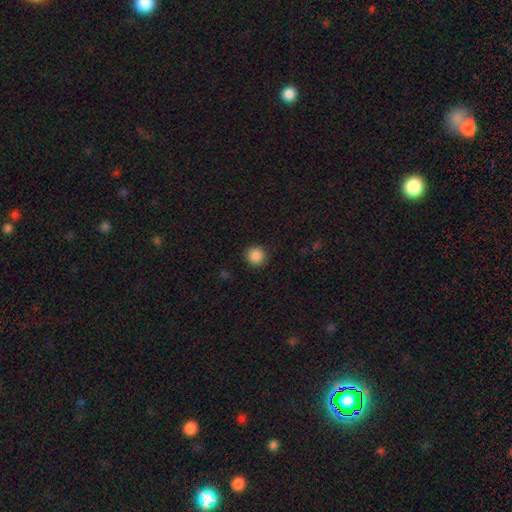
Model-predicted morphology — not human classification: smooth-or-featured: smooth: 87% | star or artifact: 10% | featured or disk: 3%
  how-rounded: round: 94% | in between: 5% | cigar-shaped: 1%
  merging: none: 92% | minor disturbance: 5% | major disturbance: 2% | merger: 1%